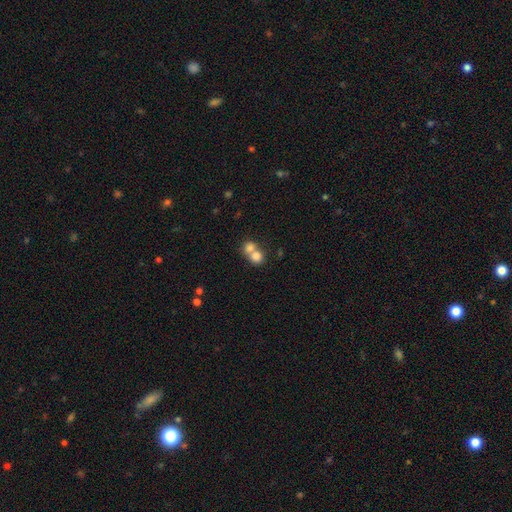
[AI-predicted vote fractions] smooth-or-featured: smooth: 77% | featured or disk: 13% | star or artifact: 10%
  how-rounded: round: 74% | in between: 25% | cigar-shaped: 1%
  merging: merger: 64% | none: 29% | minor disturbance: 5% | major disturbance: 3%